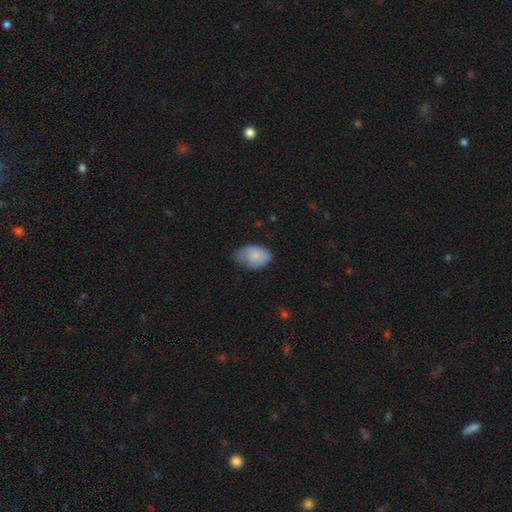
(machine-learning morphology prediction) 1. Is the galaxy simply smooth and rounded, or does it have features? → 79% smooth, 14% featured or disk, 7% star or artifact.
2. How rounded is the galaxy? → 86% in between, 13% round, 1% cigar-shaped.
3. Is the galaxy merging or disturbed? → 46% none, 41% minor disturbance, 11% major disturbance, 2% merger.